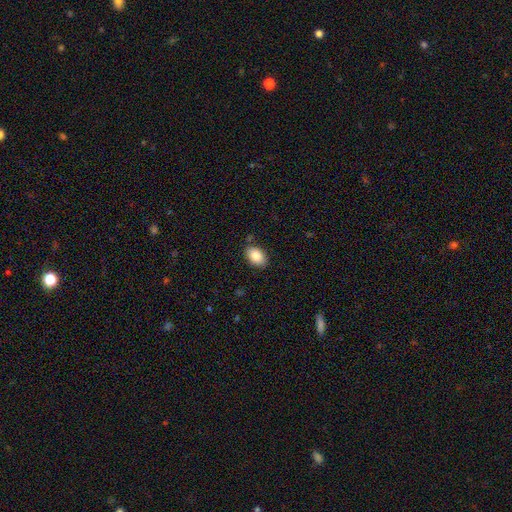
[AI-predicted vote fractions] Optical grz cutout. It shows a smooth galaxy with no disk features (86%) that is in between round and cigar-shaped (88%). Merging: none (84%).